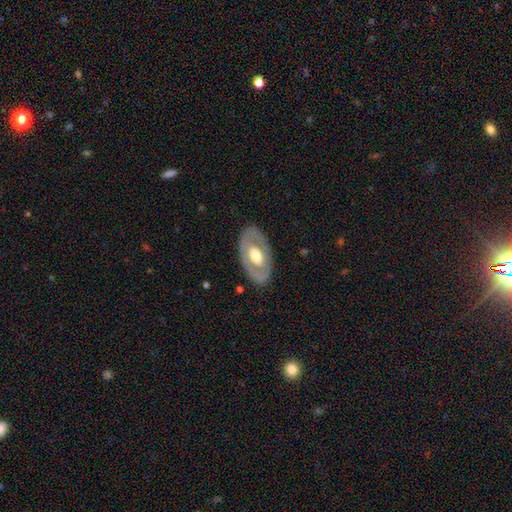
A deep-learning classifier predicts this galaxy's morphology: The model was most divided on "smooth or featured": featured or disk: 56%, smooth: 39%, star or artifact: 5%. More confident: edge-on disk — no (88%); merging — none (82%).